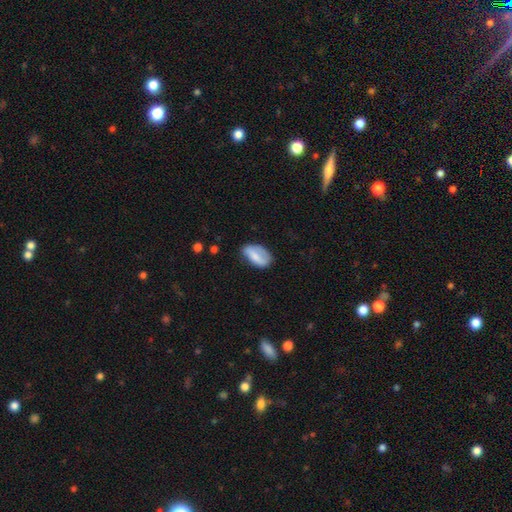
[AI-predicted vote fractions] Q: Smooth or featured?
A: smooth (70%); runner-up: featured or disk (23%)
Q: How rounded?
A: in between (92%); runner-up: round (5%)
Q: Merging?
A: none (59%); runner-up: minor disturbance (29%)